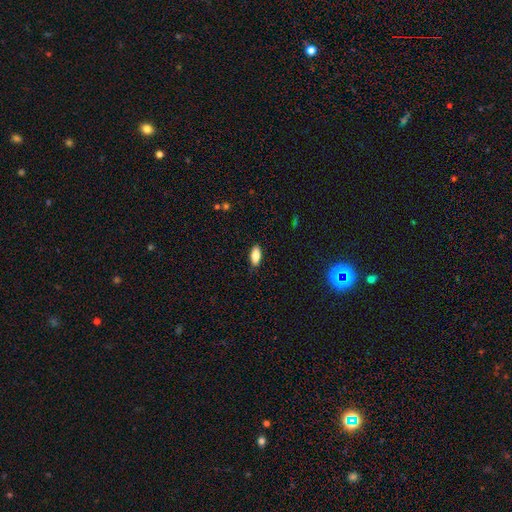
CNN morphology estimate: Smooth or featured? Predicted: smooth (p=0.83). How rounded? Predicted: in between (p=0.84). Merging? Predicted: none (p=0.85).